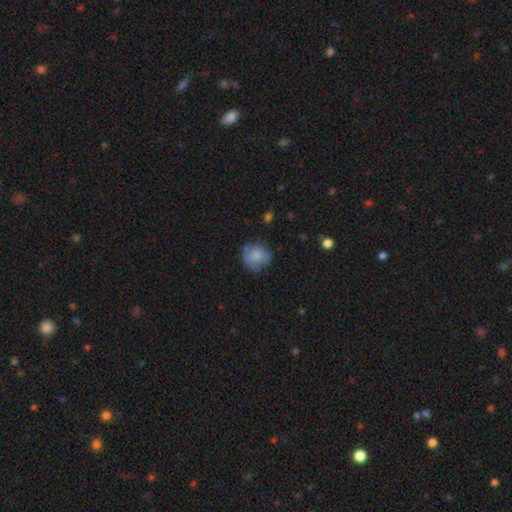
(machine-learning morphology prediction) smooth_or_featured: smooth (p=0.74) [alt: featured or disk p=0.18]
how_rounded: round (p=0.79) [alt: in between p=0.20]
merging: none (p=0.64) [alt: minor disturbance p=0.25]